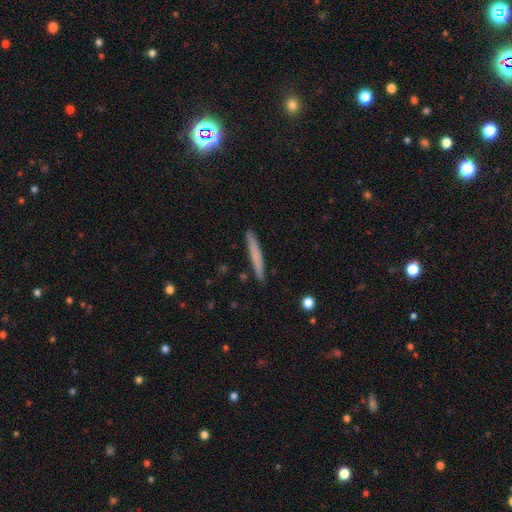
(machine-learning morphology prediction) Smooth or featured? smooth (68%)
How rounded? cigar-shaped (96%)
Merging? none (90%)